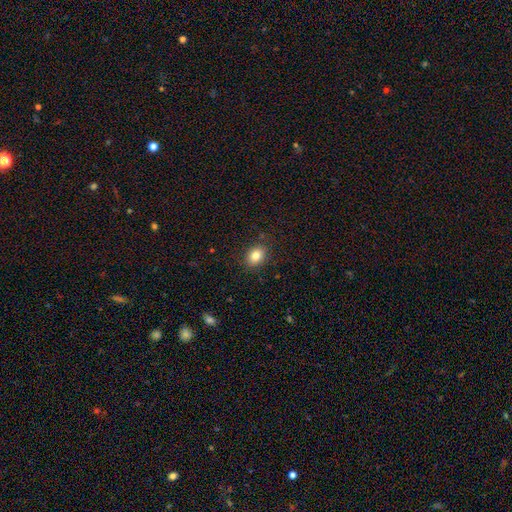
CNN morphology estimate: Smooth or featured? Predicted: smooth (p=0.83). How rounded? Predicted: in between (p=0.63). Merging? Predicted: none (p=0.86).